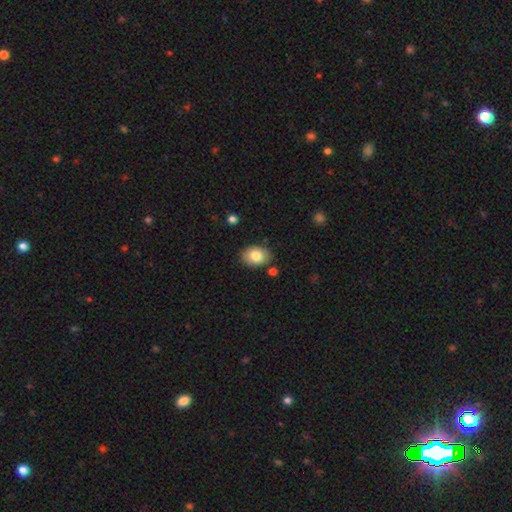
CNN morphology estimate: smooth 80%, featured or disk 12%, star or artifact 8%. Down the decision tree: how rounded — in between (76%); merging — none (84%).